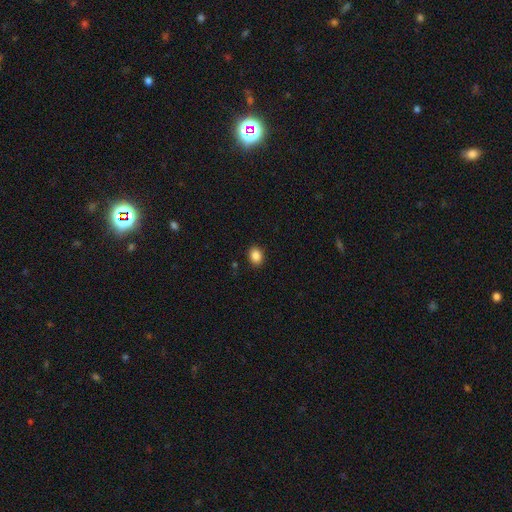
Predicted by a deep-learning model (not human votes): smooth-or-featured: smooth: 87% | star or artifact: 9% | featured or disk: 4%
  how-rounded: in between: 58% | round: 41% | cigar-shaped: 1%
  merging: none: 90% | minor disturbance: 7% | major disturbance: 2% | merger: 1%